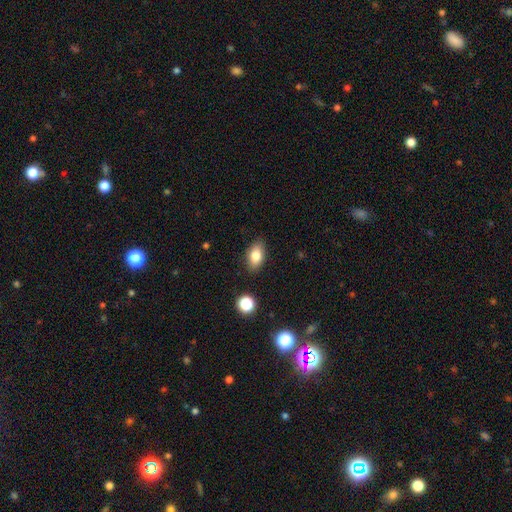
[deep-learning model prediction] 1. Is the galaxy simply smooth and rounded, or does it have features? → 81% smooth, 10% featured or disk, 9% star or artifact.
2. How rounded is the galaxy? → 88% in between, 9% round, 3% cigar-shaped.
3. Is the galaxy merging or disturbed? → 86% none, 10% minor disturbance, 2% major disturbance, 2% merger.